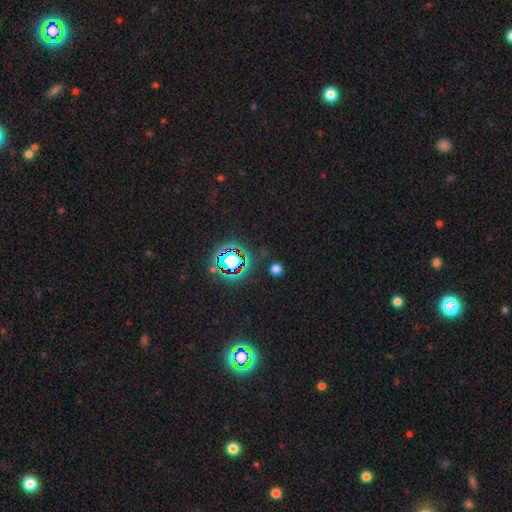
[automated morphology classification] star or artifact 82%, smooth 11%, featured or disk 7%.